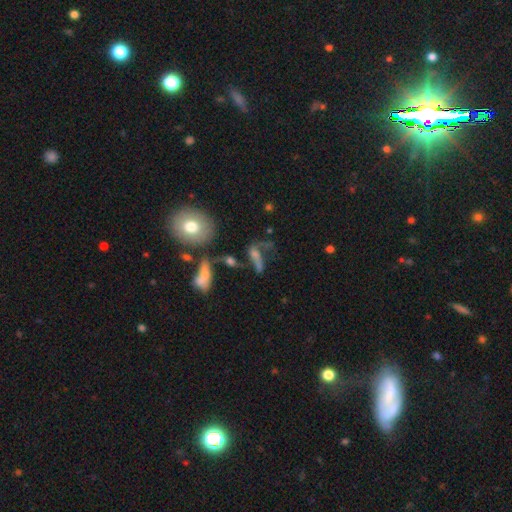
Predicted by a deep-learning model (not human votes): Overall: featured or disk (54%; smooth 27%). Edge-on disk: no (84%). Merging: none (44%; major disturbance 24%).